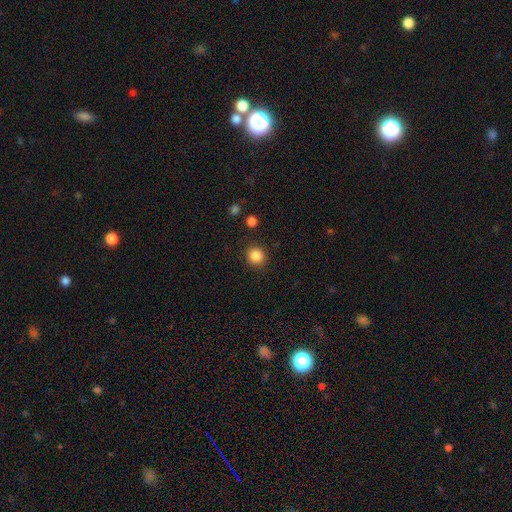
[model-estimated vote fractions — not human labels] smooth-or-featured: smooth: 87% | star or artifact: 10% | featured or disk: 3%
  how-rounded: round: 91% | in between: 8% | cigar-shaped: 1%
  merging: none: 89% | minor disturbance: 7% | major disturbance: 3% | merger: 2%